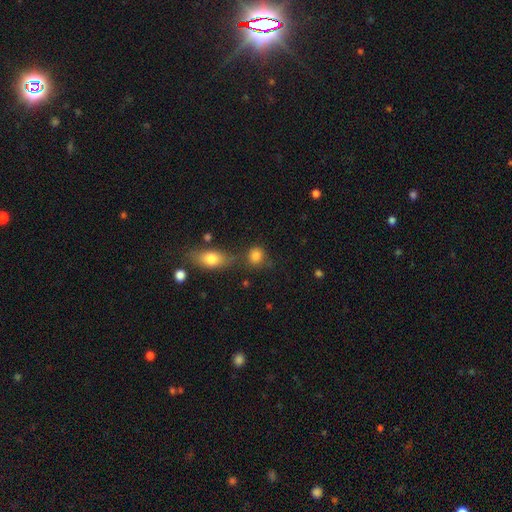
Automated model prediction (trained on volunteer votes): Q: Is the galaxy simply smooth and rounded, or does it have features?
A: smooth — 83%.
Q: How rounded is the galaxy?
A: round — 67%.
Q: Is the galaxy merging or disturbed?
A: none — 62%.